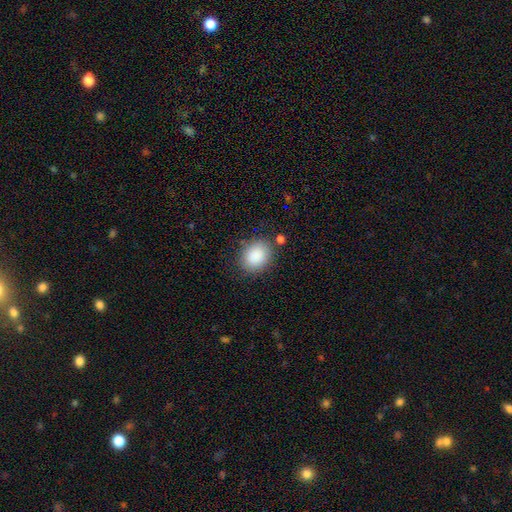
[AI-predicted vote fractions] This is clearly a smooth galaxy (88%). How rounded: possibly in between (51%). Merging: likely none (79%).